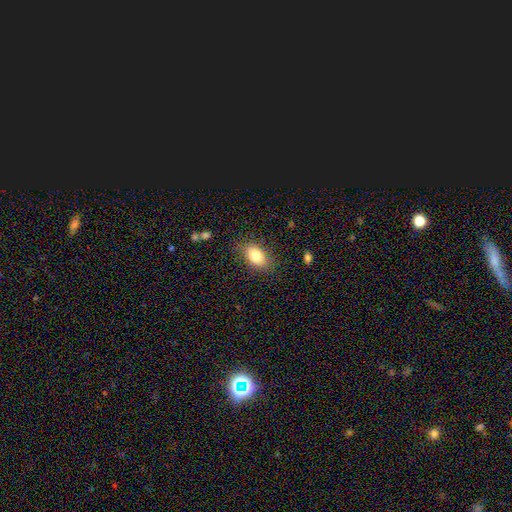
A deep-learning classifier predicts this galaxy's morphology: Smooth or featured? smooth (82%)
How rounded? in between (89%)
Merging? none (83%)